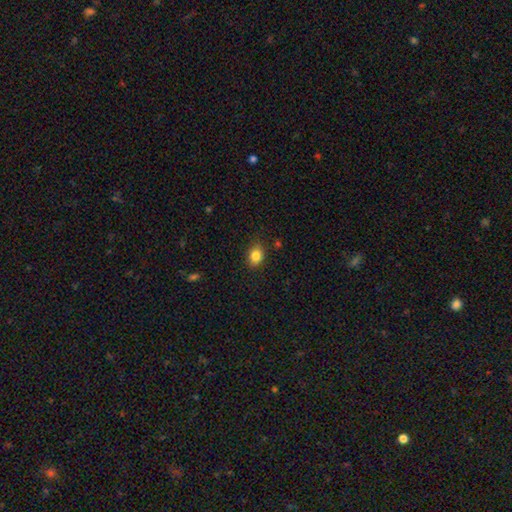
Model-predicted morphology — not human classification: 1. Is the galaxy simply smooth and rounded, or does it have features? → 84% smooth, 10% star or artifact, 6% featured or disk.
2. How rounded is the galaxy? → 56% in between, 43% round, 1% cigar-shaped.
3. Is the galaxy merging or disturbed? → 80% none, 16% minor disturbance, 3% major disturbance, 1% merger.